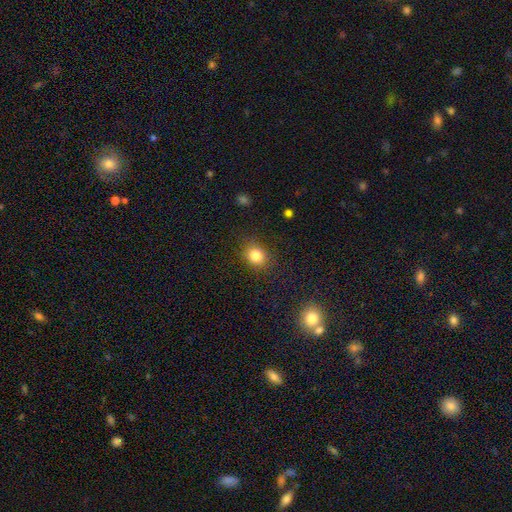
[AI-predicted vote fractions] This is clearly a smooth galaxy (83%). How rounded: likely round (61%). Merging: clearly none (83%).